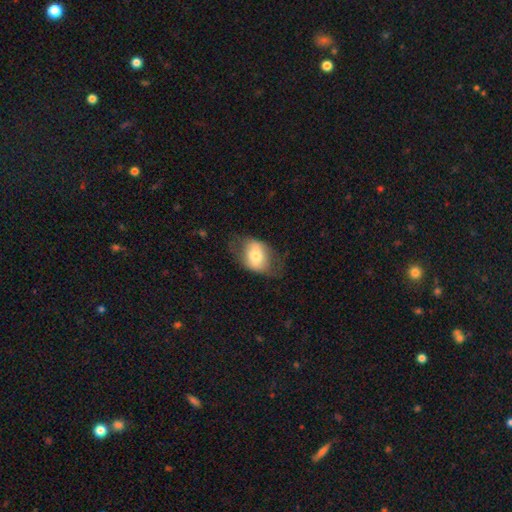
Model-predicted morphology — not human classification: This appears to be a smooth galaxy with no disk features (56%) that is in between round and cigar-shaped (78%). Merging: none (62%).